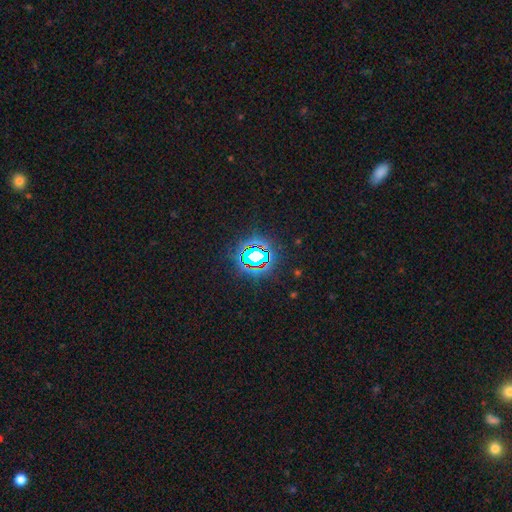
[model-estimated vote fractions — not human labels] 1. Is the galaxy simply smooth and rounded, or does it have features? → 80% star or artifact, 13% smooth, 7% featured or disk.